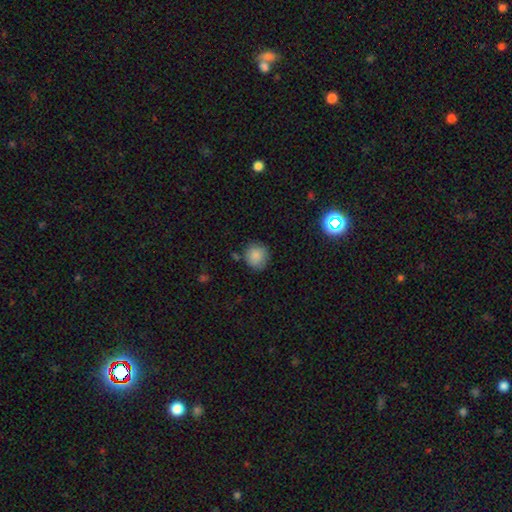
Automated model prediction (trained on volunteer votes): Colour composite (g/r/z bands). It shows a smooth galaxy with no disk features (86%) that is round (86%). Merging: none (78%).